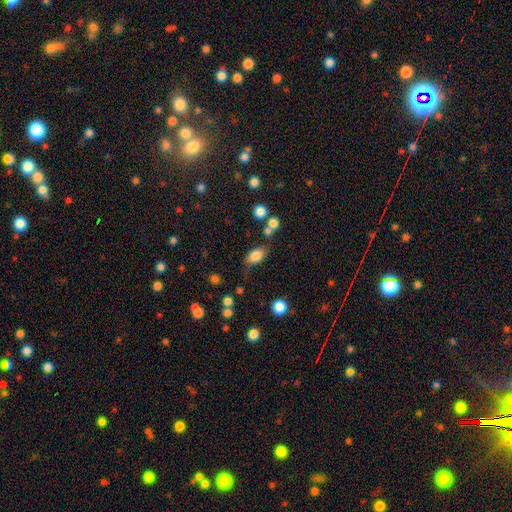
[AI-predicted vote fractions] This is clearly a smooth galaxy (81%). How rounded: clearly in between (84%). Merging: likely none (65%).